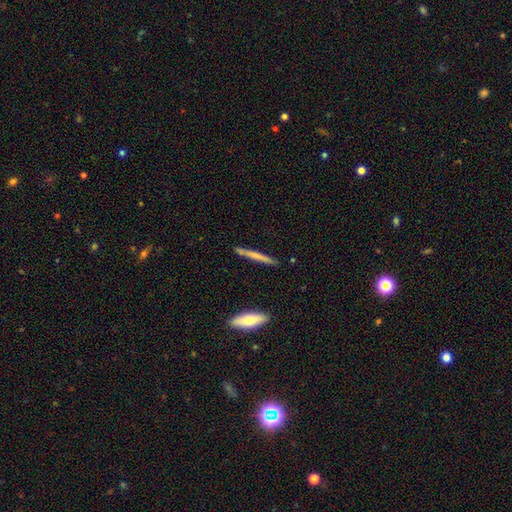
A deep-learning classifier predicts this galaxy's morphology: Smooth or featured? smooth (56%)
How rounded? cigar-shaped (95%)
Merging? none (88%)